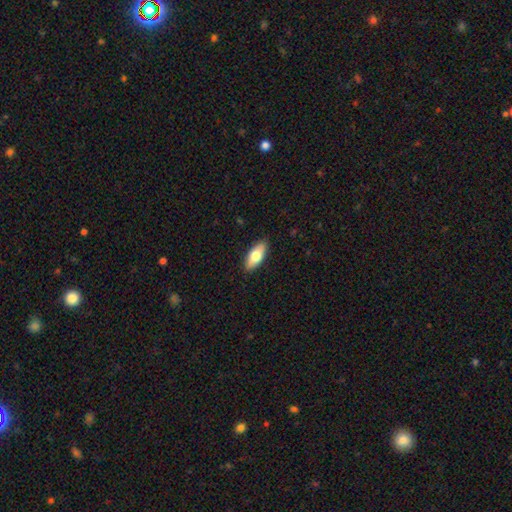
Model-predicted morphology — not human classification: Smooth or featured? Predicted: smooth (p=0.73). How rounded? Predicted: in between (p=0.83). Merging? Predicted: none (p=0.89).